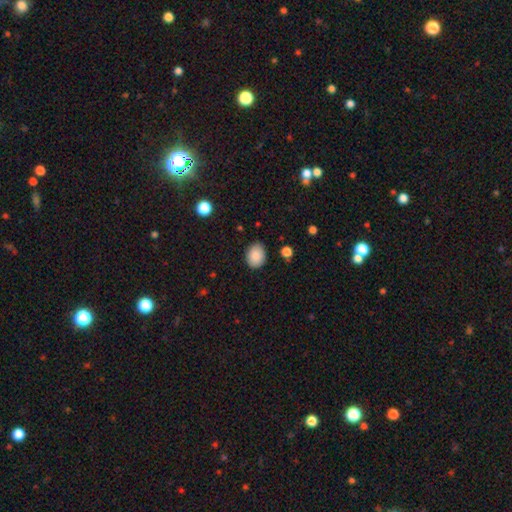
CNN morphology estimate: A smooth galaxy with no disk features (88%) that is in between round and cigar-shaped (63%). Merging: none (85%).